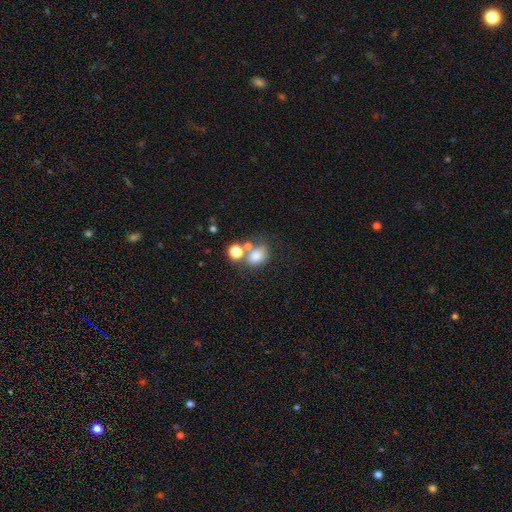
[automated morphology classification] Smooth or featured? Predicted: smooth (p=0.74). How rounded? Predicted: in between (p=0.51). Merging? Predicted: none (p=0.45).